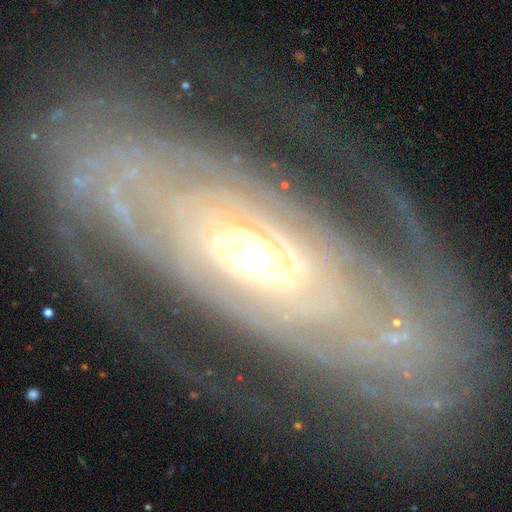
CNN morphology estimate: Smooth or featured? featured or disk (88%)
Edge-on disk? no (91%)
Bar? no (63%)
Spiral arms? yes (90%)
Spiral winding? tight (66%)
Spiral arm count? 2 (35%)
Bulge size? moderate (66%)
Merging? none (60%)